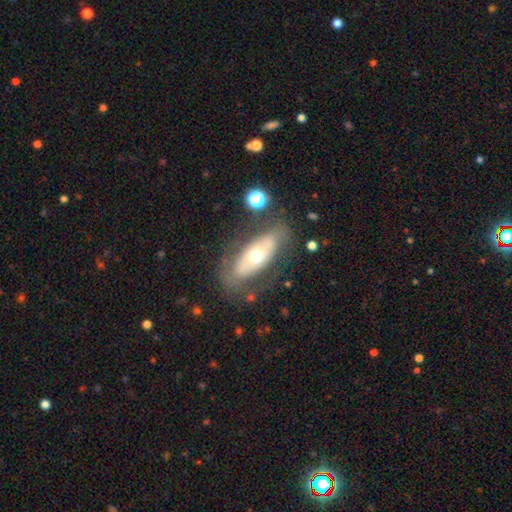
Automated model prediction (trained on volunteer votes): smooth-or-featured: featured or disk: 52% | smooth: 41% | star or artifact: 7%
  disk-edge-on: no: 78% | yes: 22%
  merging: none: 72% | minor disturbance: 16% | major disturbance: 8% | merger: 3%